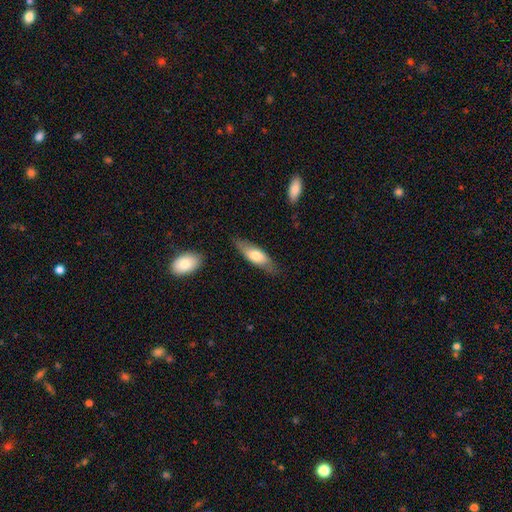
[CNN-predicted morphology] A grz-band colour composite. It shows a smooth galaxy with no disk features (65%) that is in between round and cigar-shaped (59%). Merging: none (77%).